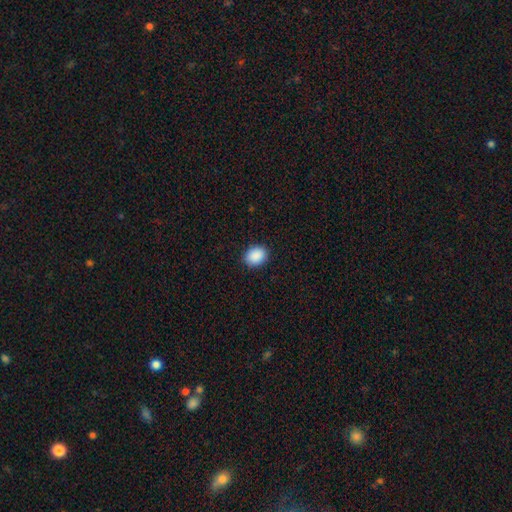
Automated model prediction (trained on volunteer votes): Smooth or featured: smooth — 90% (star or artifact — 7%)
How rounded: in between — 56% (round — 44%)
Merging: none — 90% (minor disturbance — 7%)